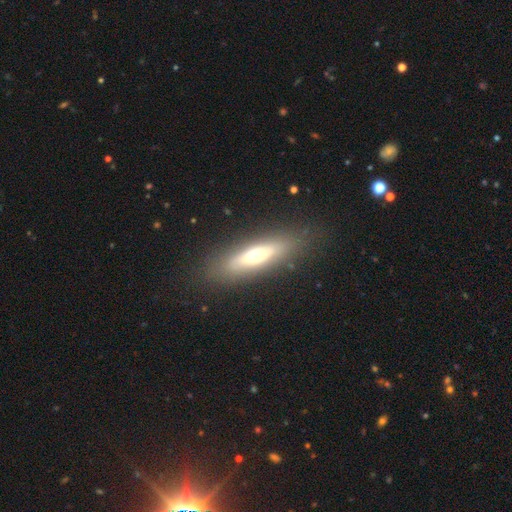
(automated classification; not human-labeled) Smooth or featured? smooth (51%)
How rounded? cigar-shaped (62%)
Merging? none (84%)